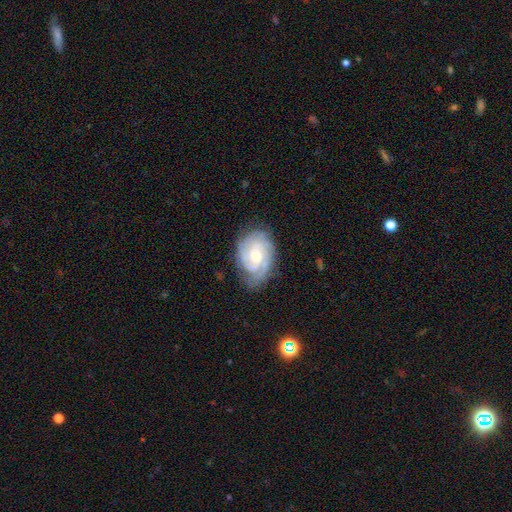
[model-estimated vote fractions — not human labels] Q: Smooth or featured?
A: featured or disk (84%); runner-up: smooth (11%)
Q: Edge-on disk?
A: no (97%); runner-up: yes (3%)
Q: Bar?
A: no (61%); runner-up: weak (33%)
Q: Spiral arms?
A: yes (96%); runner-up: no (4%)
Q: Spiral winding?
A: tight (63%); runner-up: medium (31%)
Q: Spiral arm count?
A: 2 (30%); runner-up: 3 (27%)
Q: Bulge size?
A: moderate (48%); runner-up: small (45%)
Q: Merging?
A: none (74%); runner-up: minor disturbance (19%)